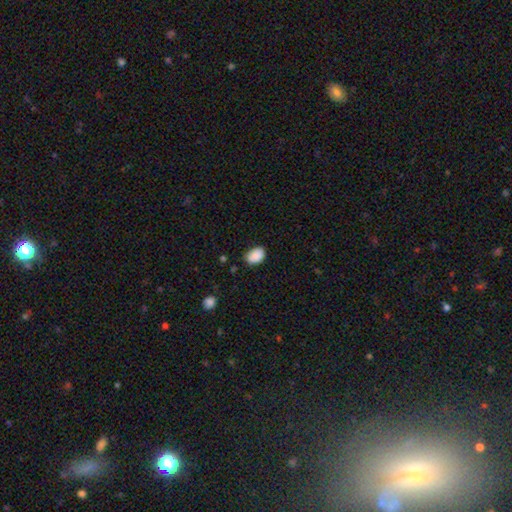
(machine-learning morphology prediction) Smooth or featured? Predicted: smooth (p=0.88). How rounded? Predicted: in between (p=0.82). Merging? Predicted: none (p=0.72).